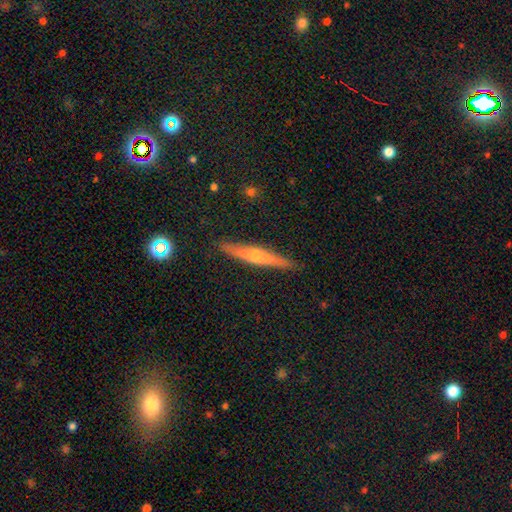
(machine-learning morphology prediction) Smooth or featured: featured or disk — 64% (smooth — 29%)
Edge-on disk: yes — 94% (no — 6%)
Edge-on bulge: rounded — 84% (none — 13%)
Merging: none — 88% (minor disturbance — 9%)